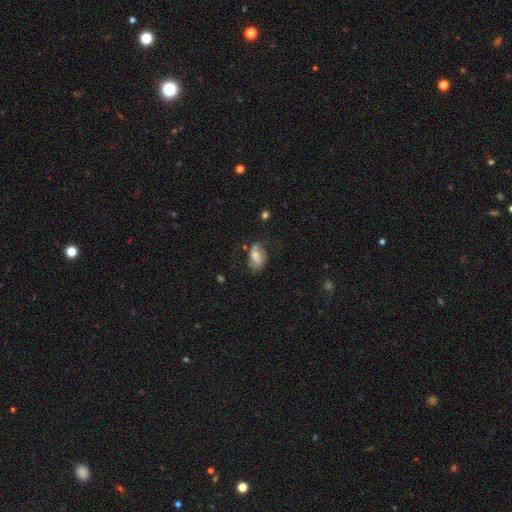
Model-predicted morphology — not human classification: type=smooth (53%); roundness=in between (84%); merging=none (44%).